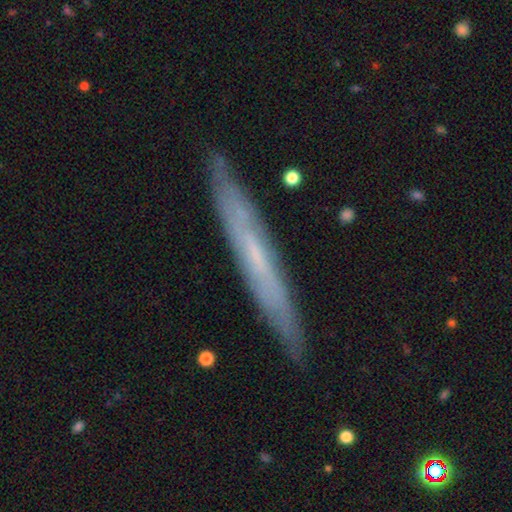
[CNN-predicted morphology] Q: Smooth or featured?
A: featured or disk (60%); runner-up: smooth (33%)
Q: Edge-on disk?
A: yes (85%); runner-up: no (15%)
Q: Edge-on bulge?
A: none (82%); runner-up: rounded (15%)
Q: Merging?
A: none (88%); runner-up: minor disturbance (9%)